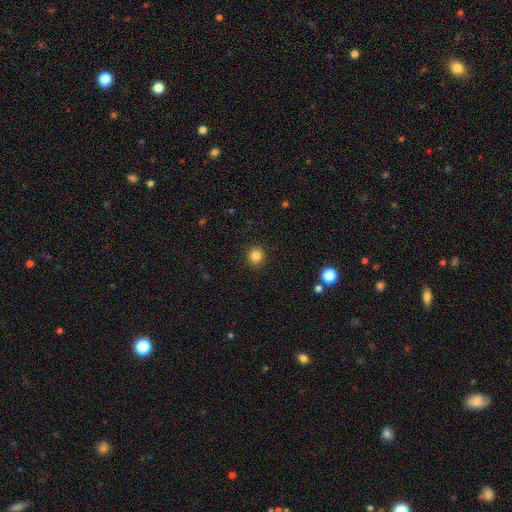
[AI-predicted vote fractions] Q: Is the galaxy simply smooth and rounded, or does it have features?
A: smooth — 84%.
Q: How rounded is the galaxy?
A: round — 92%.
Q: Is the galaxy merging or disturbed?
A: none — 91%.